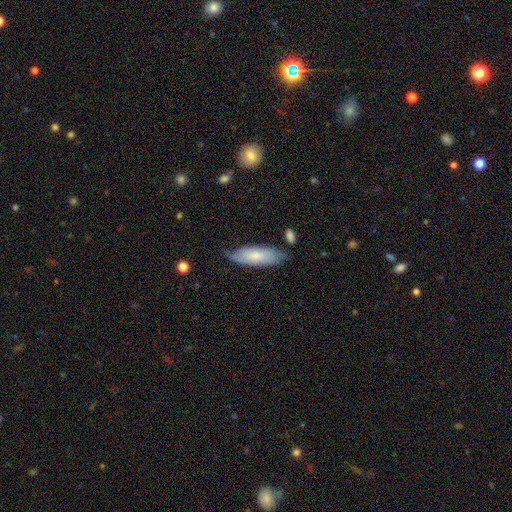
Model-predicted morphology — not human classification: type=smooth (67%); roundness=in between (63%); merging=none (65%).